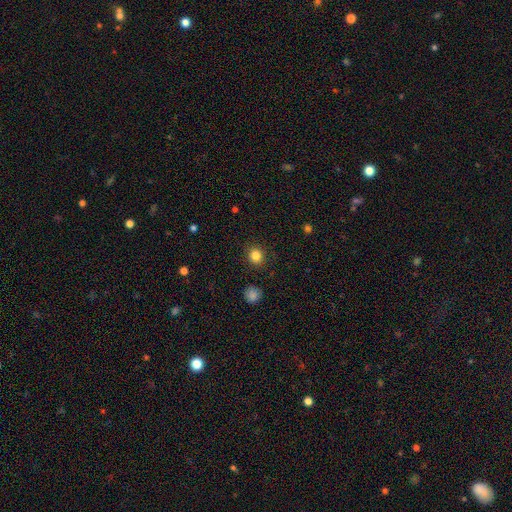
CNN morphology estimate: Q: Smooth or featured?
A: smooth (84%); runner-up: star or artifact (11%)
Q: How rounded?
A: round (87%); runner-up: in between (12%)
Q: Merging?
A: none (90%); runner-up: minor disturbance (6%)